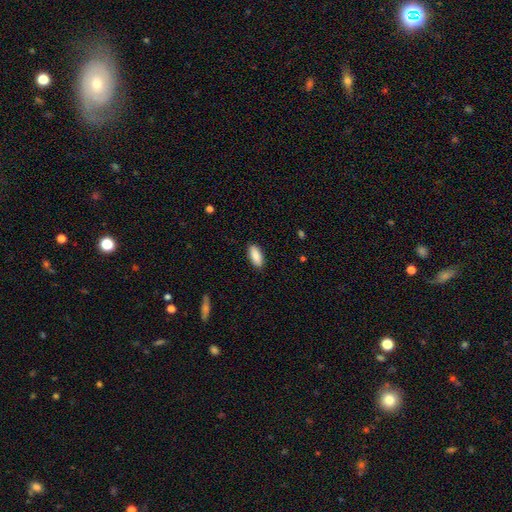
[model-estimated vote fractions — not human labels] smooth 88%, star or artifact 6%, featured or disk 6%. Down the decision tree: how rounded — in between (85%); merging — none (88%).